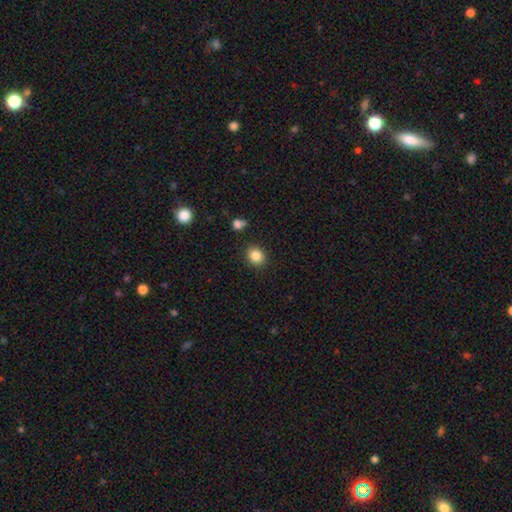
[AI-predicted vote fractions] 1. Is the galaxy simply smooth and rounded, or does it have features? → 85% smooth, 10% star or artifact, 5% featured or disk.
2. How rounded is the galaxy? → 72% round, 27% in between, 1% cigar-shaped.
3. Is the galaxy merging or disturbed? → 88% none, 8% minor disturbance, 3% merger, 2% major disturbance.